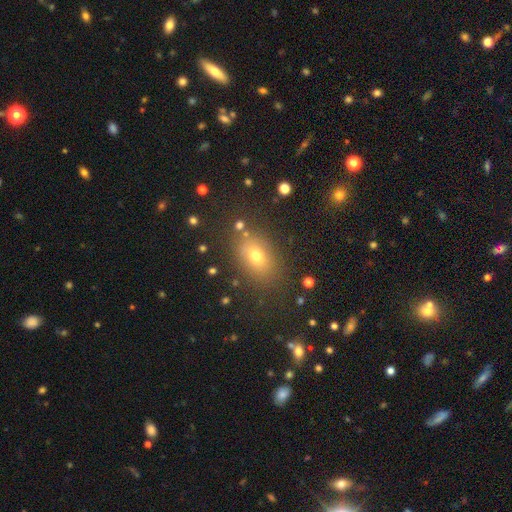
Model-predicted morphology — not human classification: smooth_or_featured: smooth (p=0.67) [alt: star or artifact p=0.19]
how_rounded: in between (p=0.75) [alt: round p=0.23]
merging: none (p=0.81) [alt: minor disturbance p=0.11]